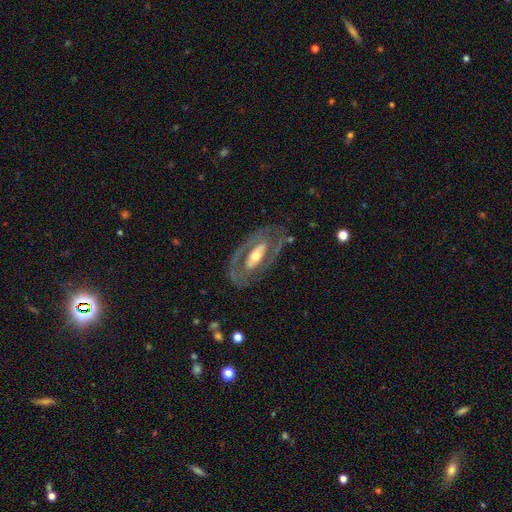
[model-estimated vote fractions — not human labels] Smooth or featured: featured or disk — 76% (smooth — 19%)
Edge-on disk: no — 88% (yes — 12%)
Bar: no — 48% (strong — 29%)
Spiral arms: no — 55% (yes — 45%)
Bulge size: moderate — 66% (small — 18%)
Merging: none — 73% (minor disturbance — 15%)